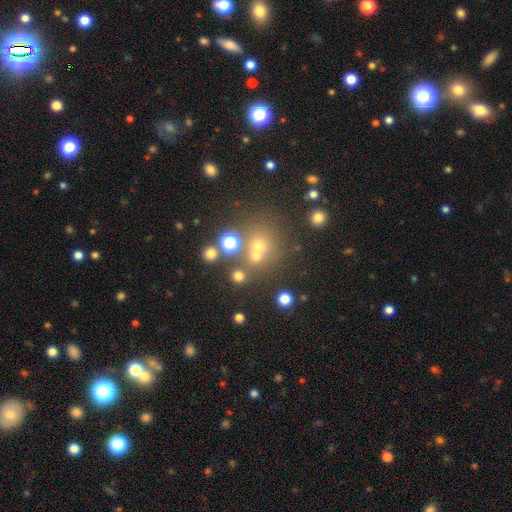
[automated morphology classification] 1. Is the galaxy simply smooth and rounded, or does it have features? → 62% smooth, 26% star or artifact, 12% featured or disk.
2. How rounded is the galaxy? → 84% round, 15% in between, 1% cigar-shaped.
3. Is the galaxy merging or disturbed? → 58% none, 28% merger, 9% minor disturbance, 5% major disturbance.